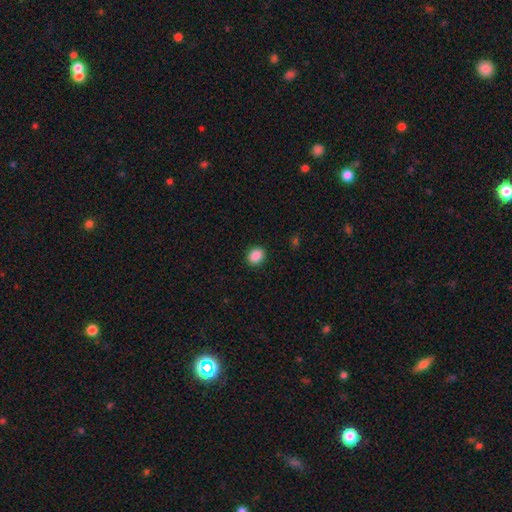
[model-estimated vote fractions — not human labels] smooth_or_featured: smooth (p=0.89) [alt: star or artifact p=0.09]
how_rounded: round (p=0.56) [alt: in between p=0.44]
merging: none (p=0.91) [alt: minor disturbance p=0.07]